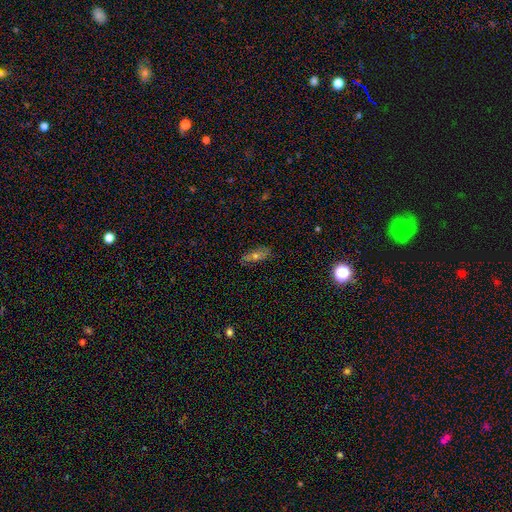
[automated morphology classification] type=featured or disk (43%); merging=none (81%).